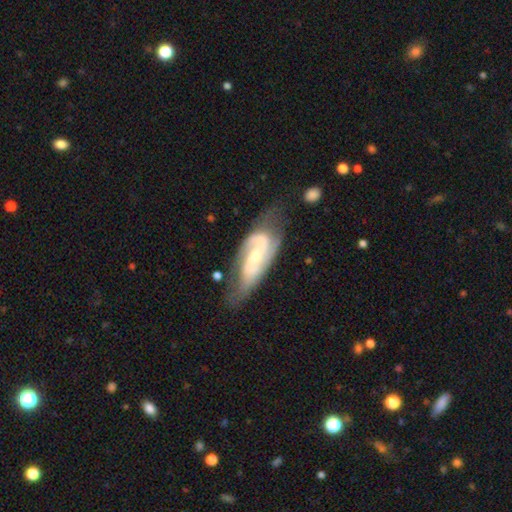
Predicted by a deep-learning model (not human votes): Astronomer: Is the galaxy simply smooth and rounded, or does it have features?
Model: featured or disk — 85%.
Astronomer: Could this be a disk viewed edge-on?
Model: no — 94%.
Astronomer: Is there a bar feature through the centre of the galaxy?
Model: weak — 44% (runner-up: no, 30%).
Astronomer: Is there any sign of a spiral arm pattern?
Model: yes — 96%.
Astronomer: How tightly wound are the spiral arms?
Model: medium — 49% (runner-up: tight, 27%).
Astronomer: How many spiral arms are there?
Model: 2 — 83%.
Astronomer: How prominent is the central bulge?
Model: small — 46% (runner-up: moderate, 45%).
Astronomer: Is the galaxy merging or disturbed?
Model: none — 57%.